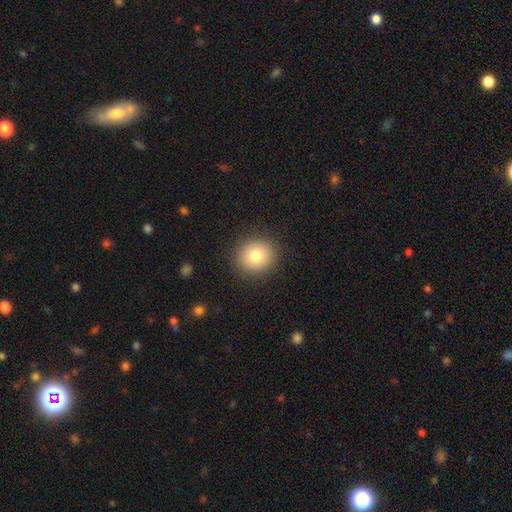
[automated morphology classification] The model was most divided on "smooth or featured": smooth: 79%, star or artifact: 11%, featured or disk: 10%. More confident: merging — none (90%); how rounded — round (90%).